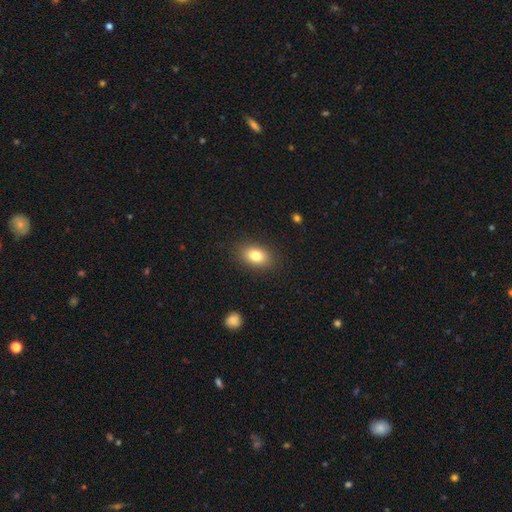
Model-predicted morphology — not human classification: Q: Smooth or featured?
A: smooth (81%); runner-up: featured or disk (10%)
Q: How rounded?
A: in between (82%); runner-up: round (17%)
Q: Merging?
A: none (87%); runner-up: minor disturbance (9%)